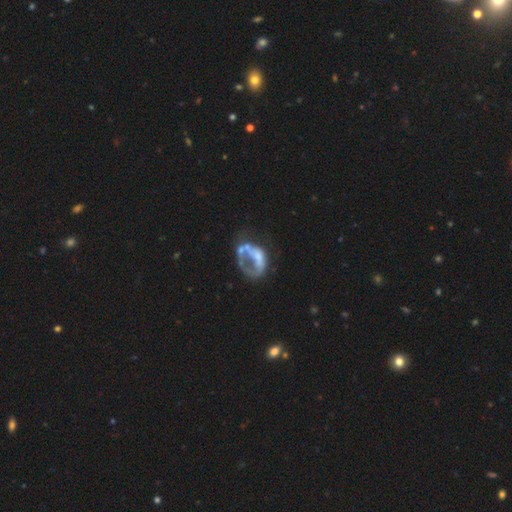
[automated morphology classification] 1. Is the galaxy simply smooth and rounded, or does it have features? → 63% featured or disk, 26% smooth, 11% star or artifact.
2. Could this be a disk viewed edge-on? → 97% no, 3% yes.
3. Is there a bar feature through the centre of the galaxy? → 82% no, 13% weak, 5% strong.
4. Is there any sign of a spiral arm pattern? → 78% no, 22% yes.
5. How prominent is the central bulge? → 57% none, 18% small, 18% moderate, 5% large, 2% dominant.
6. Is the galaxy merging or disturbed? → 43% major disturbance, 27% none, 16% merger, 14% minor disturbance.